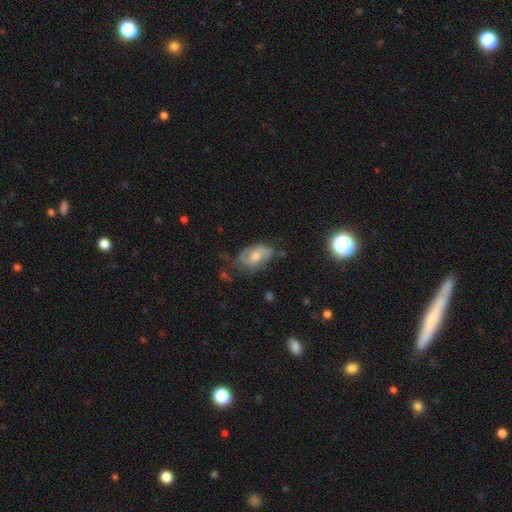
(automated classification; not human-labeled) A featured or disk galaxy (58%) with no bar (63%), spiral arms (76%) and a moderate central bulge (63%).

Vote fractions:
- Smooth or featured? featured or disk: 58% / smooth: 31% / star or artifact: 11%
- Edge-on disk? no: 94% / yes: 6%
- Bar? no: 63% / weak: 30% / strong: 7%
- Spiral arms? yes: 76% / no: 24%
- Bulge size? moderate: 63% / small: 22% / large: 10% / none: 4% / dominant: 1%
- Merging? none: 55% / minor disturbance: 28% / major disturbance: 14% / merger: 3%